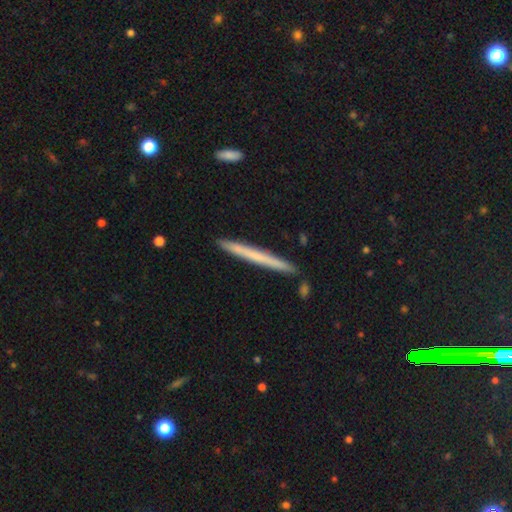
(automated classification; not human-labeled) A smooth galaxy with no disk features (54%) that is cigar-shaped (97%). Merging: none (91%).